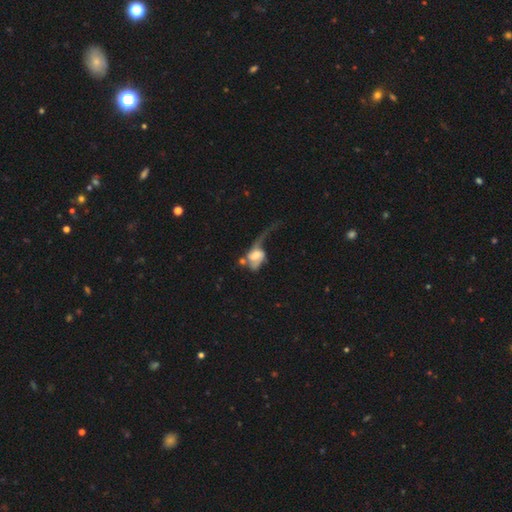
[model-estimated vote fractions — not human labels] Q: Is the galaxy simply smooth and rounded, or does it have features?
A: featured or disk — 58%.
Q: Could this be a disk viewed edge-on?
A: no — 95%.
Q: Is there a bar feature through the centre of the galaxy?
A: no — 57%.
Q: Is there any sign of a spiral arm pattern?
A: yes — 65%.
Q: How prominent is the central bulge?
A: moderate — 28%.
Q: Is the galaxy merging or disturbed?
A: major disturbance — 54%.